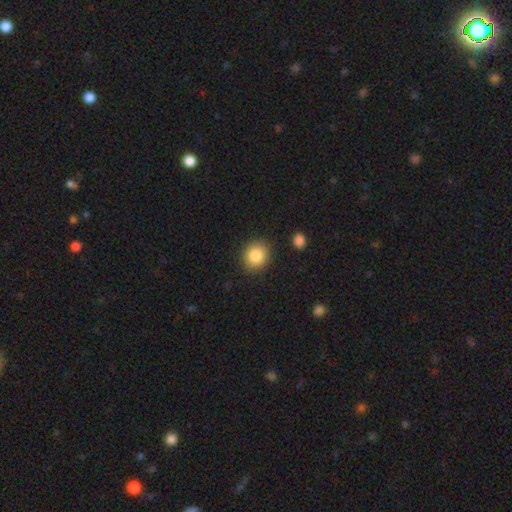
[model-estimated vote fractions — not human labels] smooth 86%, star or artifact 9%, featured or disk 6%. Down the decision tree: how rounded — round (80%); merging — none (87%).